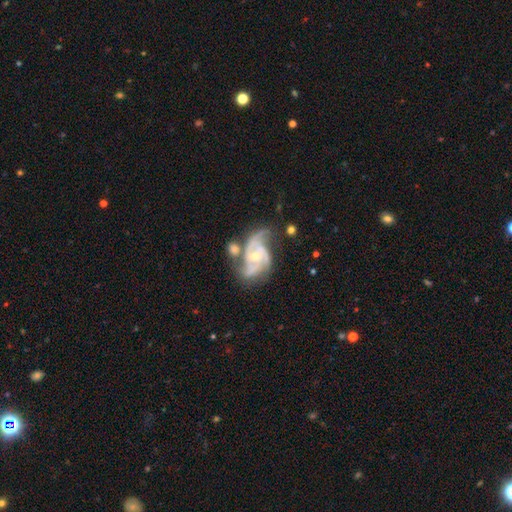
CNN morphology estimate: Overall: featured or disk (89%). Edge-on disk: no (98%). Bar: no (62%; weak 29%). Spiral arms: yes (97%). Spiral arm count: 3 (54%; 2 23%). Spiral winding: medium (50%; tight 34%). Bulge size: small (54%; moderate 43%). Merging: none (41%; minor disturbance 23%).